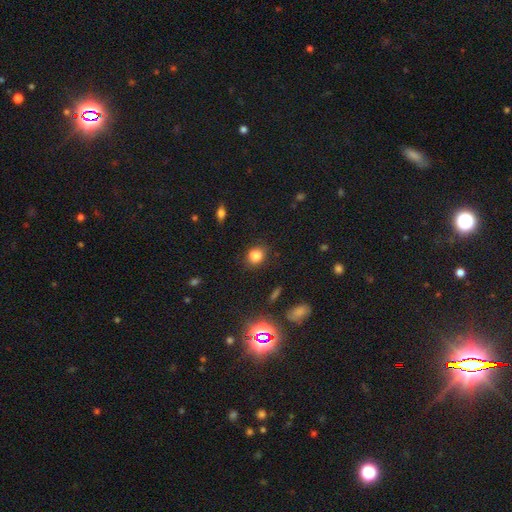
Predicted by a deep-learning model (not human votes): This is clearly a smooth galaxy (81%). How rounded: likely round (64%). Merging: likely none (78%).